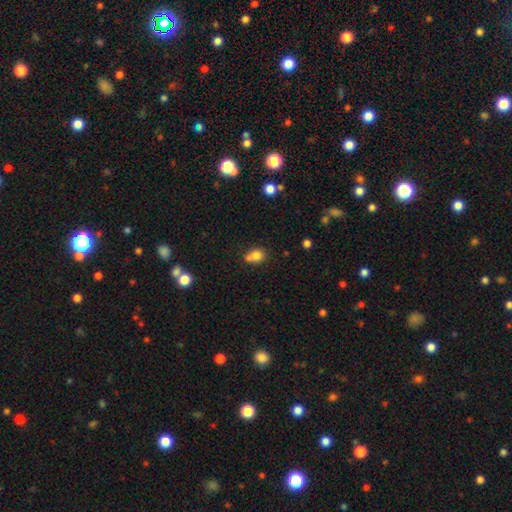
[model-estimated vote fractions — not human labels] Smooth or featured? Predicted: smooth (p=0.78). How rounded? Predicted: round (p=0.63). Merging? Predicted: none (p=0.42).